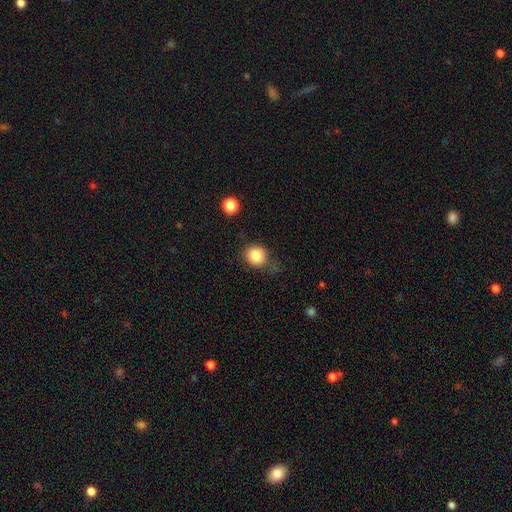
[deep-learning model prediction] Morphology: type=smooth (85%); roundness=round (77%); merging=none (65%).